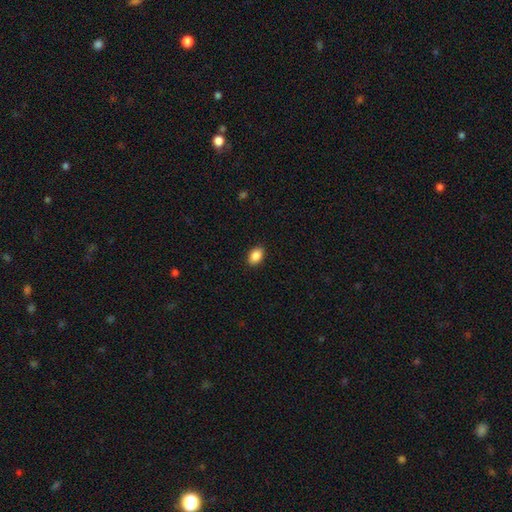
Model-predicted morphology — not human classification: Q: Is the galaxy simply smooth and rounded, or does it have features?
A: smooth — 88%.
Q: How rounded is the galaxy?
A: in between — 88%.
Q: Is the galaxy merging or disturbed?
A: none — 90%.